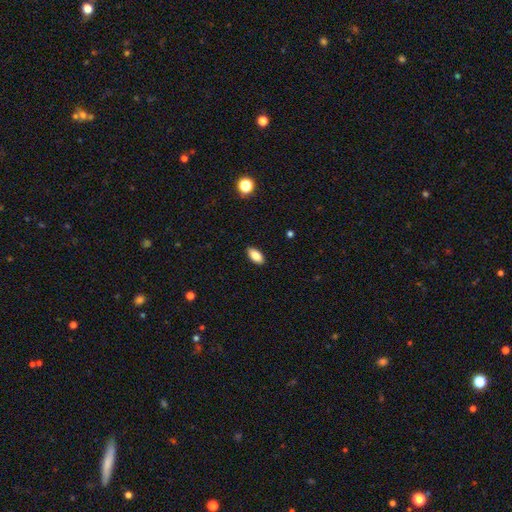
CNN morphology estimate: type=smooth (86%); roundness=in between (92%); merging=none (90%).